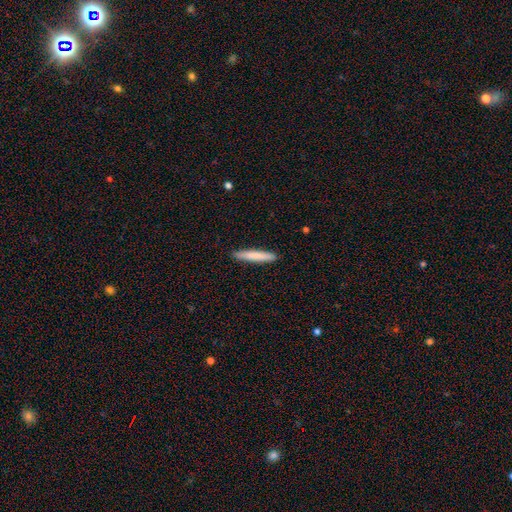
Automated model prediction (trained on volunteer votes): smooth 78%, featured or disk 17%, star or artifact 5%. Down the decision tree: how rounded — cigar-shaped (95%); merging — none (91%).